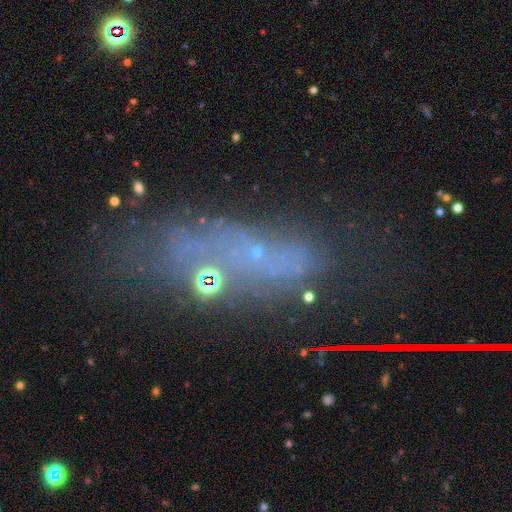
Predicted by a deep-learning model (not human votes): smooth-or-featured: featured or disk: 39% | star or artifact: 32% | smooth: 29%
  merging: none: 47% | minor disturbance: 21% | major disturbance: 21% | merger: 11%